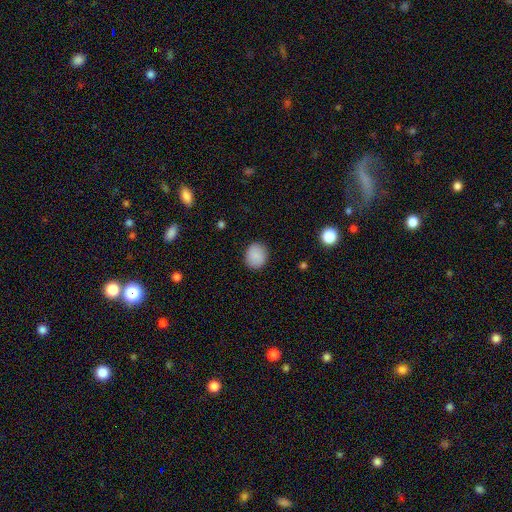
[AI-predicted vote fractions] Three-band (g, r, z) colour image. It shows a smooth galaxy with no disk features (88%) that is round (76%). Merging: none (89%).